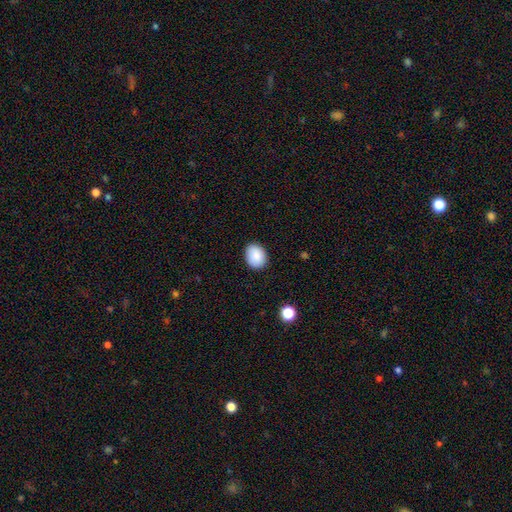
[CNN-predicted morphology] Smooth or featured: smooth — 88% (star or artifact — 8%)
How rounded: in between — 57% (round — 42%)
Merging: none — 86% (minor disturbance — 11%)